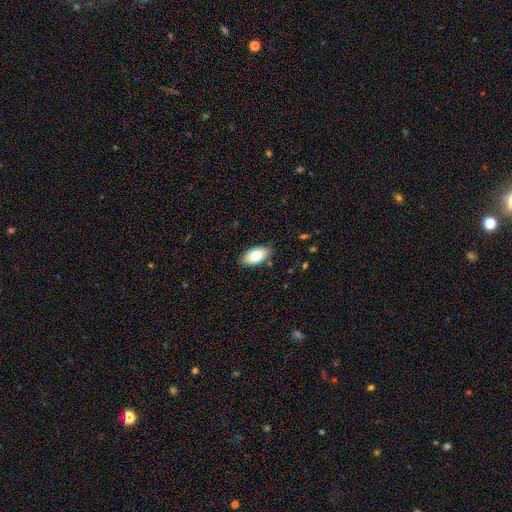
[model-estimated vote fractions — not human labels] A smooth galaxy with no disk features (80%) that is in between round and cigar-shaped (94%). Merging: none (85%).